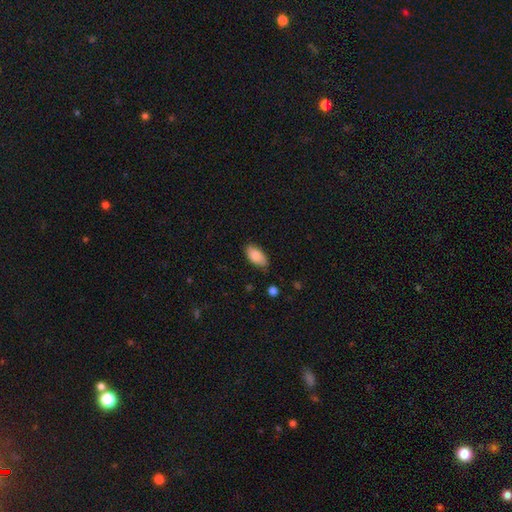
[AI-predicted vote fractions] This appears to be a smooth galaxy with no disk features (85%) that is in between round and cigar-shaped (94%). Merging: none (76%).